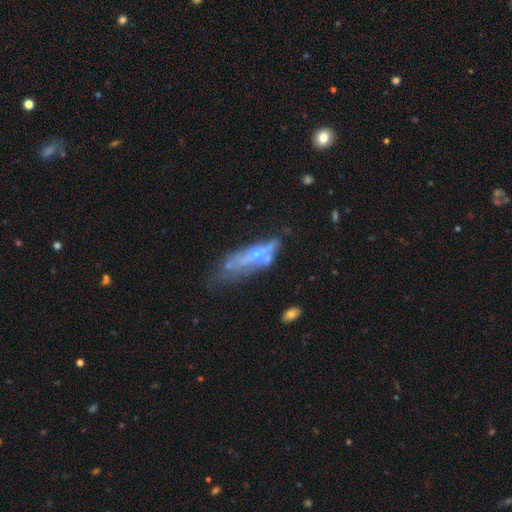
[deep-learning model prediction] The model was most divided on "merging": none: 34%, minor disturbance: 24%, major disturbance: 24%, merger: 18%. More confident: smooth or featured — featured or disk (67%); edge-on disk — no (55%).